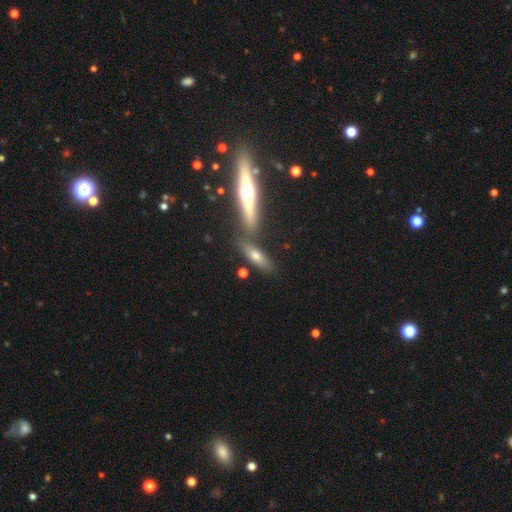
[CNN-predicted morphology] Smooth or featured? smooth (59%)
How rounded? cigar-shaped (56%)
Merging? none (62%)